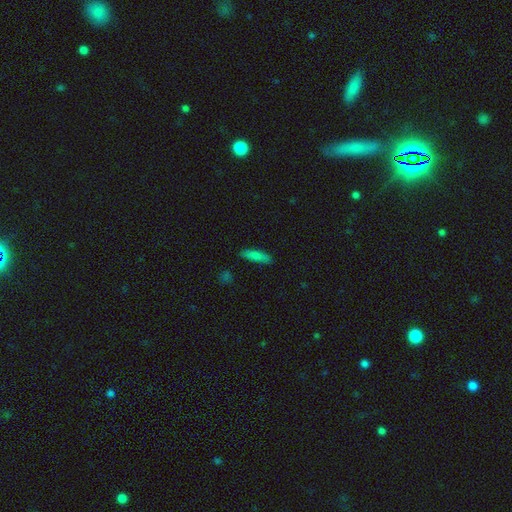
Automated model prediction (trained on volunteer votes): smooth-or-featured: smooth: 81% | featured or disk: 11% | star or artifact: 8%
  how-rounded: cigar-shaped: 65% | in between: 33% | round: 2%
  merging: none: 84% | minor disturbance: 12% | major disturbance: 2% | merger: 2%